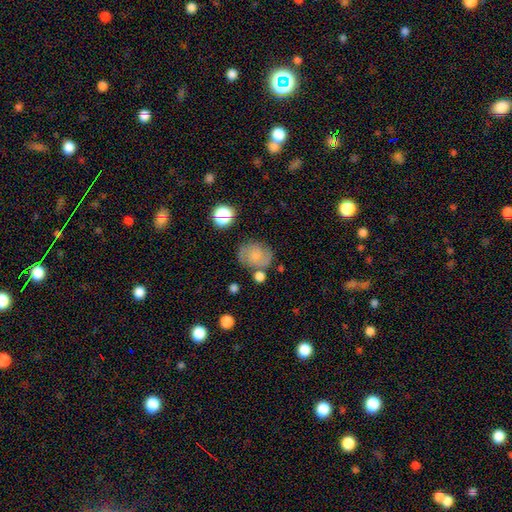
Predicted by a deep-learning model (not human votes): featured or disk 51%, smooth 38%, star or artifact 11%. Down the decision tree: edge-on disk — no (97%); bar — no (72%); spiral arms — yes (86%); bulge size — small (39%); merging — none (68%).